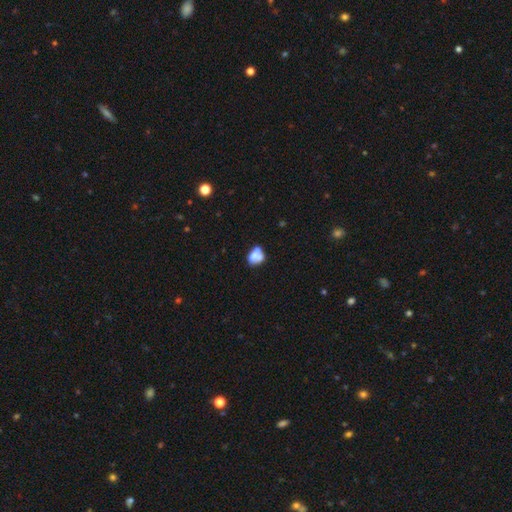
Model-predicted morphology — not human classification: A smooth galaxy with no disk features (59%) that is in between round and cigar-shaped (63%).

Vote fractions:
- Smooth or featured? smooth: 59% / featured or disk: 31% / star or artifact: 11%
- How rounded? in between: 63% / round: 35% / cigar-shaped: 3%
- Merging? merger: 42% / none: 34% / minor disturbance: 15% / major disturbance: 10%